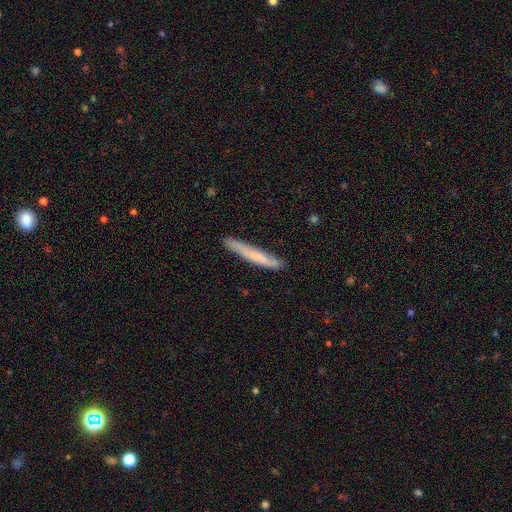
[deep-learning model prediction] smooth_or_featured: smooth (p=0.67) [alt: featured or disk p=0.27]
how_rounded: cigar-shaped (p=0.96) [alt: in between p=0.03]
merging: none (p=0.84) [alt: minor disturbance p=0.13]